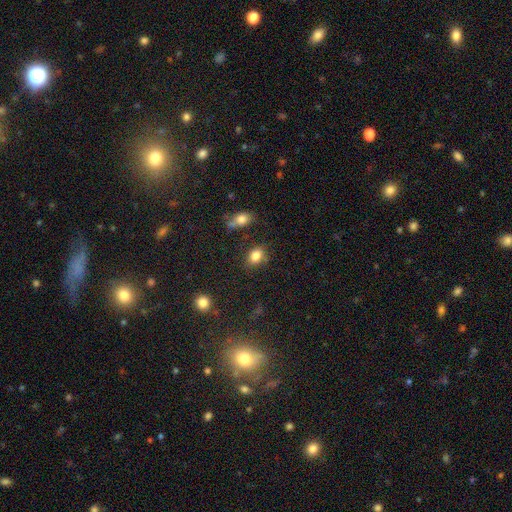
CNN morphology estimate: smooth-or-featured: smooth: 83% | star or artifact: 10% | featured or disk: 7%
  how-rounded: in between: 71% | round: 28% | cigar-shaped: 2%
  merging: none: 75% | minor disturbance: 16% | merger: 5% | major disturbance: 4%